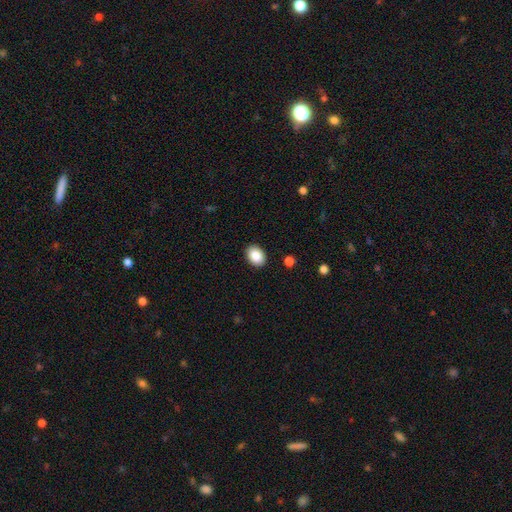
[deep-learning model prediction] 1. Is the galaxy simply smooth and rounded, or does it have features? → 86% smooth, 8% star or artifact, 6% featured or disk.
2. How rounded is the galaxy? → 69% in between, 30% round, 1% cigar-shaped.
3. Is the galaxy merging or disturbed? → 91% none, 7% minor disturbance, 2% major disturbance, 1% merger.